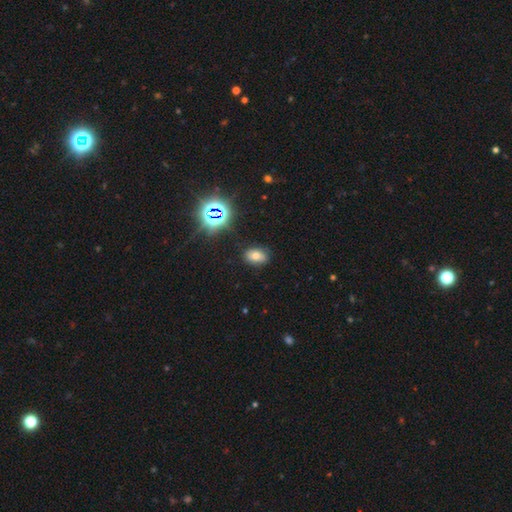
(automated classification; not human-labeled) Smooth or featured? Predicted: smooth (p=0.63). How rounded? Predicted: in between (p=0.82). Merging? Predicted: none (p=0.84).